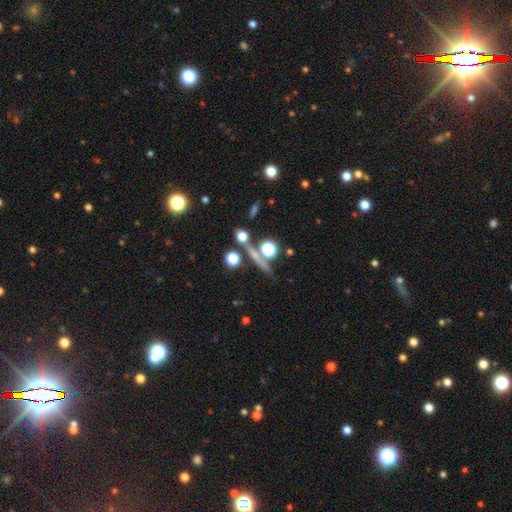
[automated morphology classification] smooth-or-featured: smooth: 45% | featured or disk: 28% | star or artifact: 27%
  merging: none: 70% | merger: 15% | minor disturbance: 10% | major disturbance: 6%